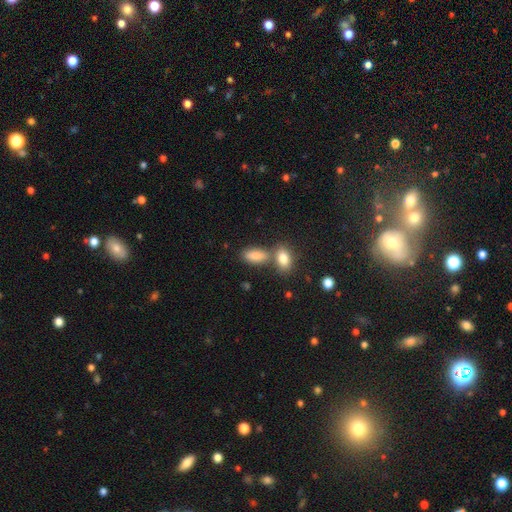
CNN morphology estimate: Smooth or featured? smooth (87%)
How rounded? in between (87%)
Merging? none (53%)